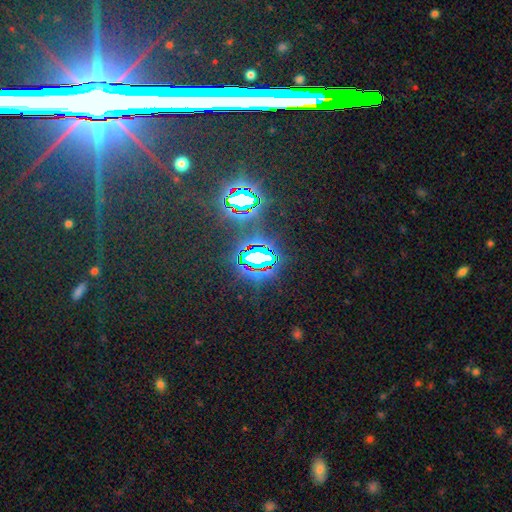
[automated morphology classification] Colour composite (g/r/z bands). It shows a star or artifact, not a galaxy (78%).